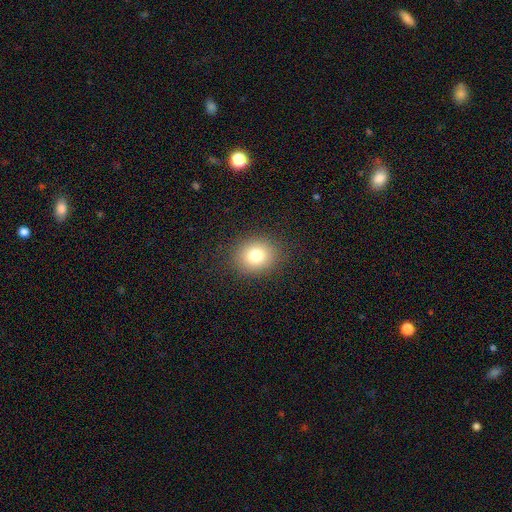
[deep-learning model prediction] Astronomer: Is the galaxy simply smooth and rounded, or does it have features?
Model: smooth — 78%.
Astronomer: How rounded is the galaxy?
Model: round — 71%.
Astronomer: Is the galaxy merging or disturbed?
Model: none — 89%.